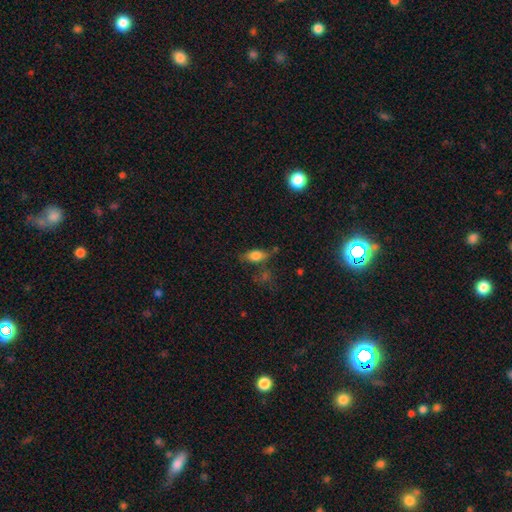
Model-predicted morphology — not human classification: Smooth or featured? smooth (73%)
How rounded? in between (80%)
Merging? none (57%)